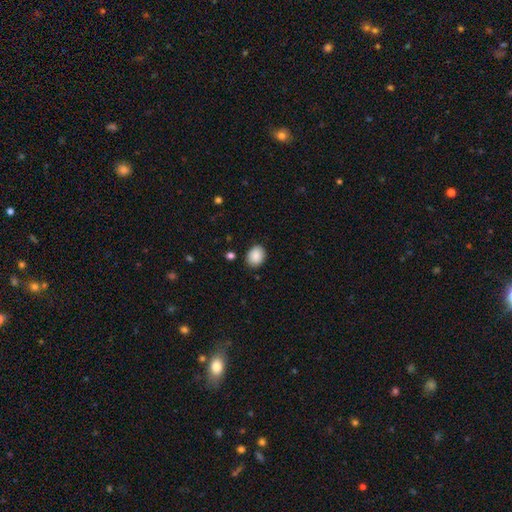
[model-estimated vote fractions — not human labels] This is clearly a smooth galaxy (89%). How rounded: possibly in between (57%). Merging: clearly none (85%).